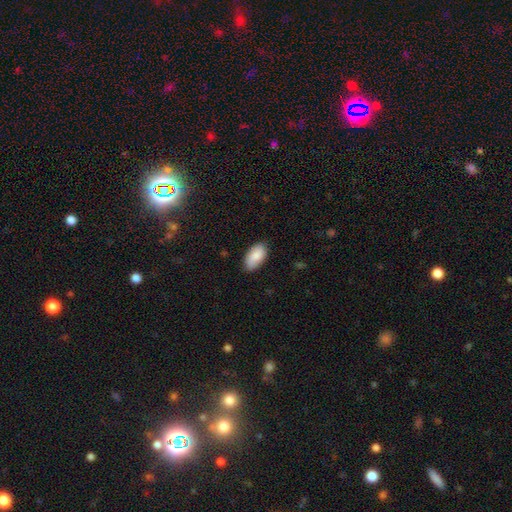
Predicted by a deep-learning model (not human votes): Morphology: type=smooth (85%); roundness=in between (95%); merging=none (82%).